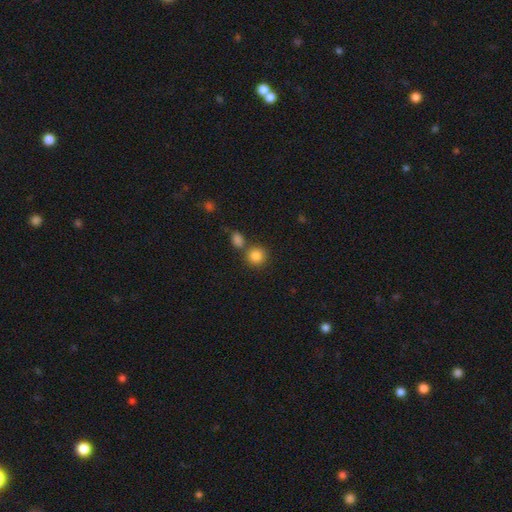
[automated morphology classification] Smooth or featured?
  - smooth: 85% *
  - star or artifact: 10%
  - featured or disk: 5%
How rounded?
  - round: 88% *
  - in between: 11%
  - cigar-shaped: 1%
Merging?
  - none: 66% *
  - merger: 23%
  - minor disturbance: 8%
  - major disturbance: 3%